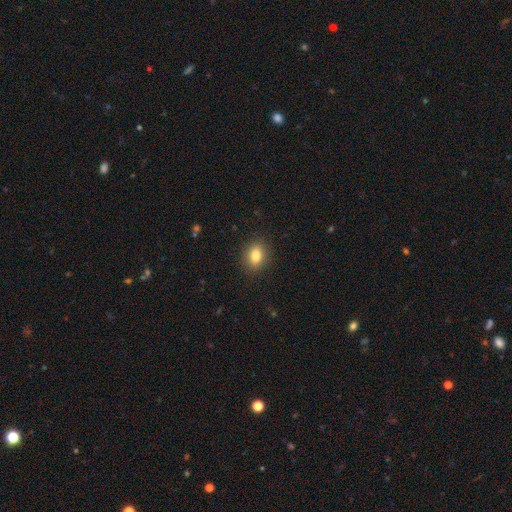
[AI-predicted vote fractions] A smooth galaxy with no disk features (82%) that is in between round and cigar-shaped (58%). Merging: none (89%).